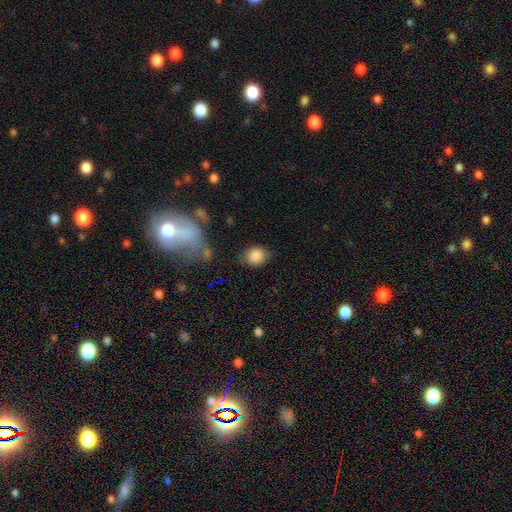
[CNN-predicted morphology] Overall: smooth (85%). How rounded: round (52%; in between 47%). Merging: none (67%).